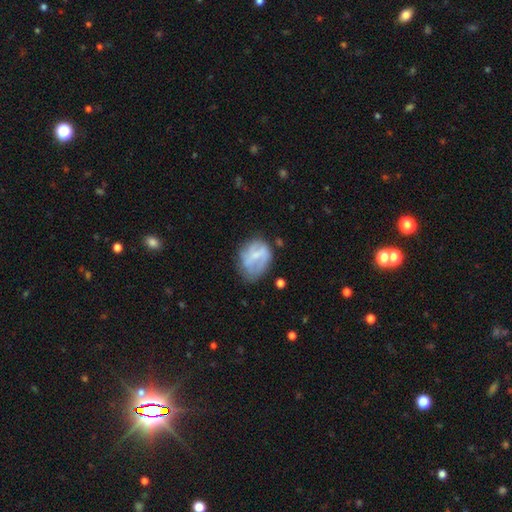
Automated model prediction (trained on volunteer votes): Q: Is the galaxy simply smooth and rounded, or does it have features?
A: featured or disk — 49%.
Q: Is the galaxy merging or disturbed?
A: none — 44%.